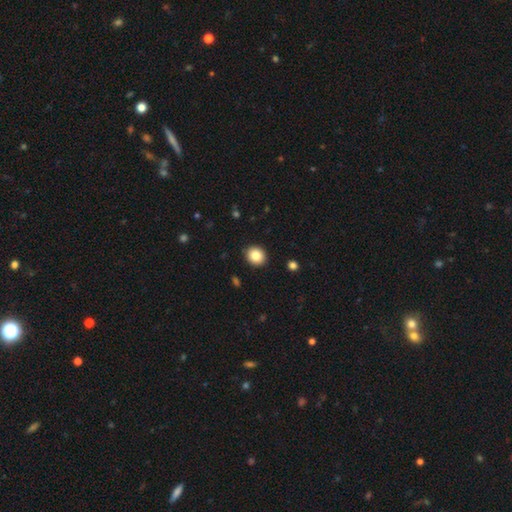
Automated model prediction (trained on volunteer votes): This appears to be a smooth galaxy with no disk features (84%) that is round (77%). Merging: none (91%).